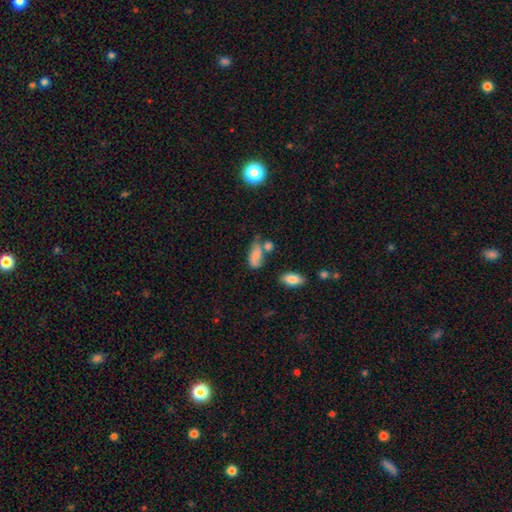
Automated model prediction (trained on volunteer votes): Smooth or featured? smooth (74%)
How rounded? in between (85%)
Merging? none (34%)